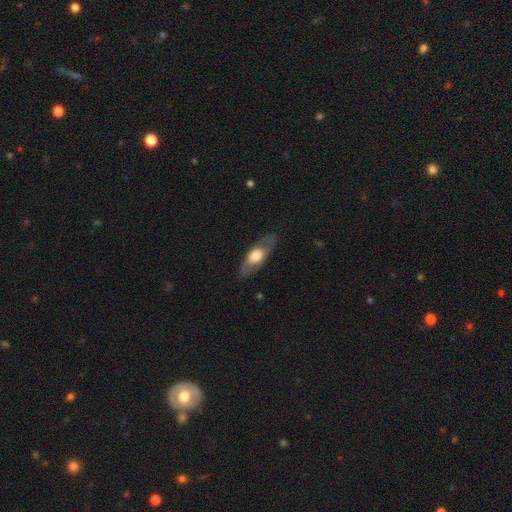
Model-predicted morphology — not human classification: smooth_or_featured: smooth (p=0.50) [alt: featured or disk p=0.44]
how_rounded: in between (p=0.74) [alt: cigar-shaped p=0.21]
merging: none (p=0.82) [alt: minor disturbance p=0.12]